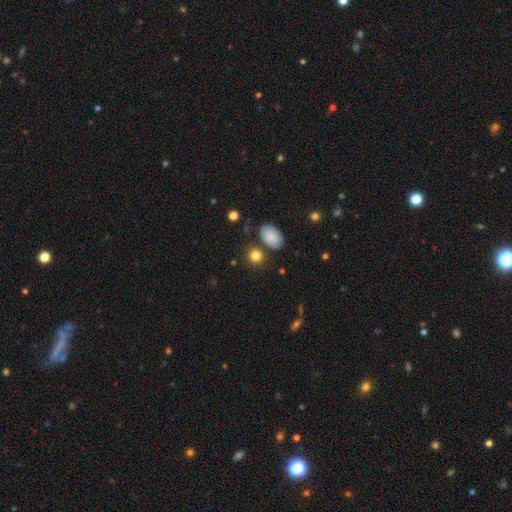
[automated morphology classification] Smooth or featured: smooth — 84% (star or artifact — 10%)
How rounded: round — 73% (in between — 26%)
Merging: none — 78% (minor disturbance — 10%)